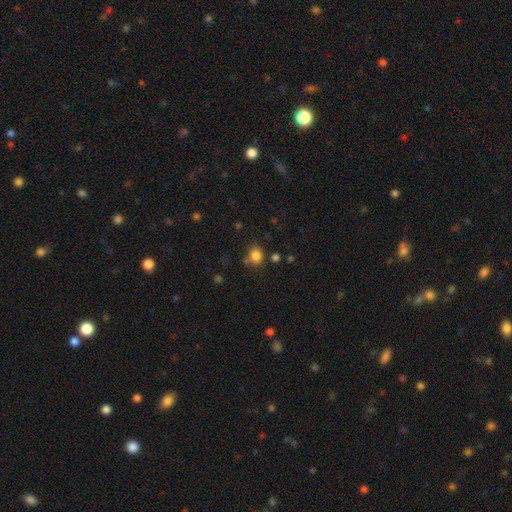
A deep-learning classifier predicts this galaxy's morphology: This is clearly a smooth galaxy (82%). How rounded: likely round (68%). Merging: likely none (72%).